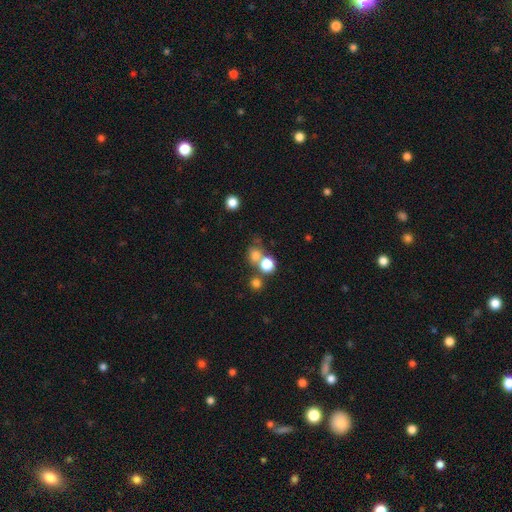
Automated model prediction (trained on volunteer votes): Smooth or featured: smooth — 72% (star or artifact — 19%)
How rounded: round — 76% (in between — 22%)
Merging: none — 53% (merger — 32%)